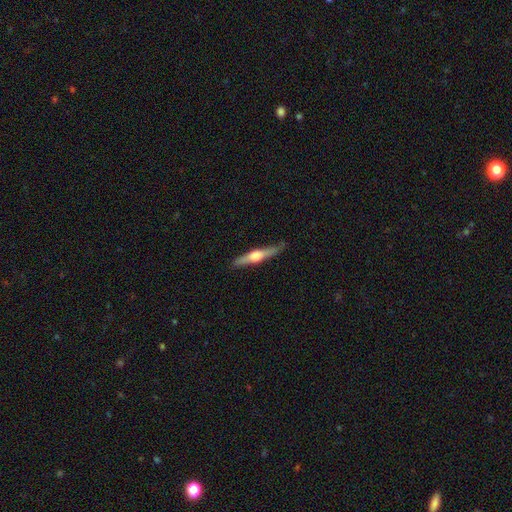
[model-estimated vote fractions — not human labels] smooth_or_featured: featured or disk (p=0.67) [alt: smooth p=0.28]
disk_edge_on: yes (p=0.97) [alt: no p=0.03]
edge_on_bulge: rounded (p=0.89) [alt: boxy p=0.08]
merging: none (p=0.85) [alt: minor disturbance p=0.12]